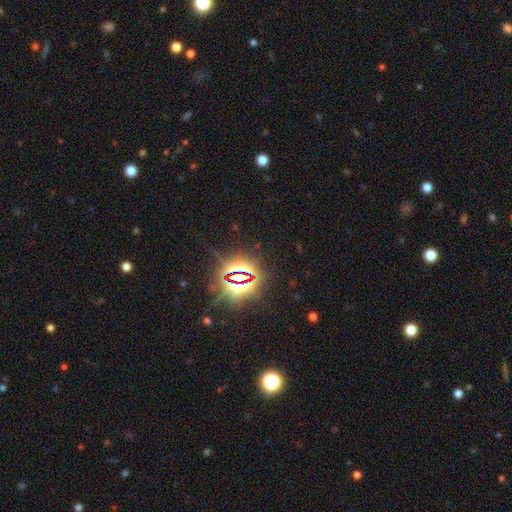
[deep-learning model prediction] smooth_or_featured: star or artifact (p=0.84) [alt: smooth p=0.09]